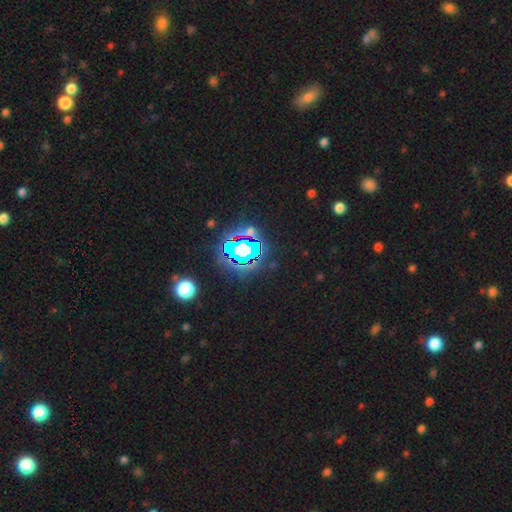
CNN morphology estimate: Overall: star or artifact (81%).